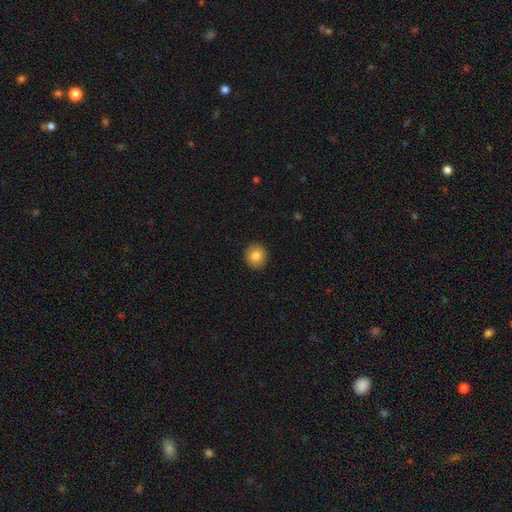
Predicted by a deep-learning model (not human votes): Smooth or featured: smooth — 85% (star or artifact — 9%)
How rounded: round — 89% (in between — 10%)
Merging: none — 92% (minor disturbance — 6%)